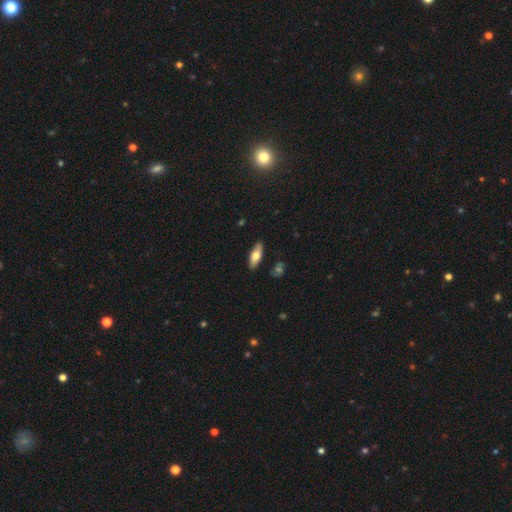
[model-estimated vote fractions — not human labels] Smooth or featured? Predicted: smooth (p=0.64). How rounded? Predicted: in between (p=0.69). Merging? Predicted: none (p=0.84).